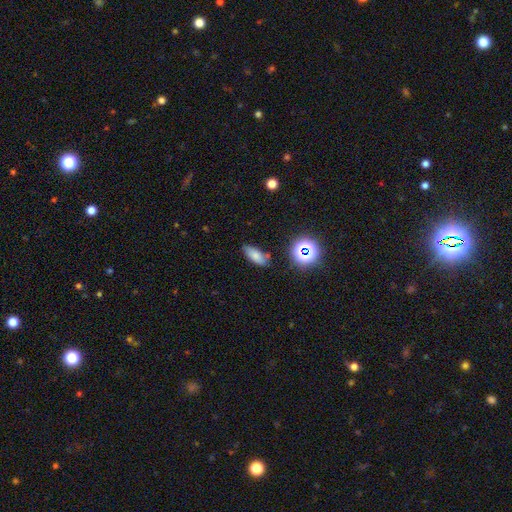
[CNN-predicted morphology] Q: Smooth or featured?
A: smooth (73%); runner-up: star or artifact (15%)
Q: How rounded?
A: in between (78%); runner-up: cigar-shaped (16%)
Q: Merging?
A: none (74%); runner-up: minor disturbance (18%)